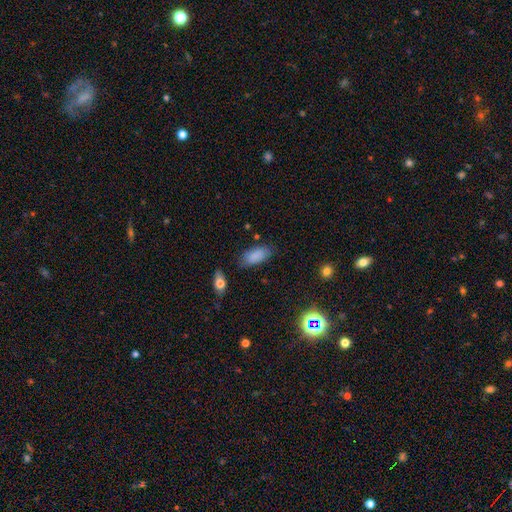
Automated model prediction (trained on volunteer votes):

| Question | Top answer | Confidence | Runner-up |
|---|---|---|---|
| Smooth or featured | smooth | 85% | star or artifact (8%) |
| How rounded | in between | 90% | cigar-shaped (8%) |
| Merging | none | 75% | minor disturbance (18%) |